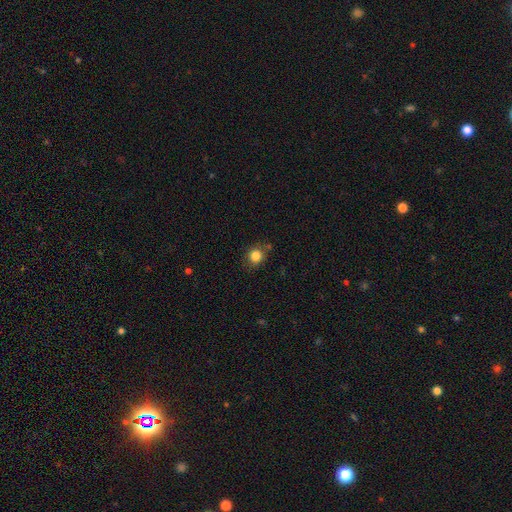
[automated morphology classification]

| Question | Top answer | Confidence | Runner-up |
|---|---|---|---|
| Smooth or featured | smooth | 83% | star or artifact (11%) |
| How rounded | round | 77% | in between (22%) |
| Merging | none | 76% | minor disturbance (16%) |